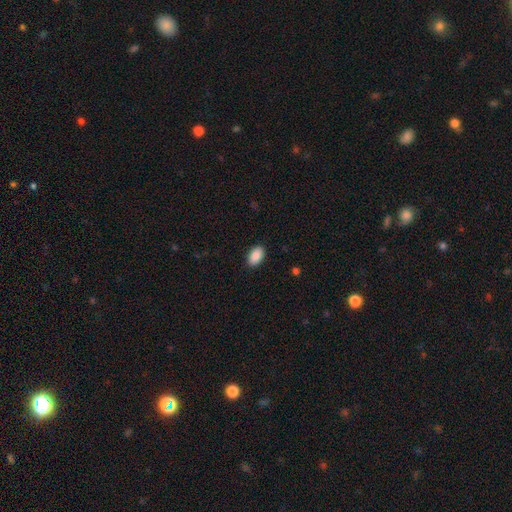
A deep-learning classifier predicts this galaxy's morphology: Overall: smooth (91%). How rounded: in between (94%). Merging: none (90%).